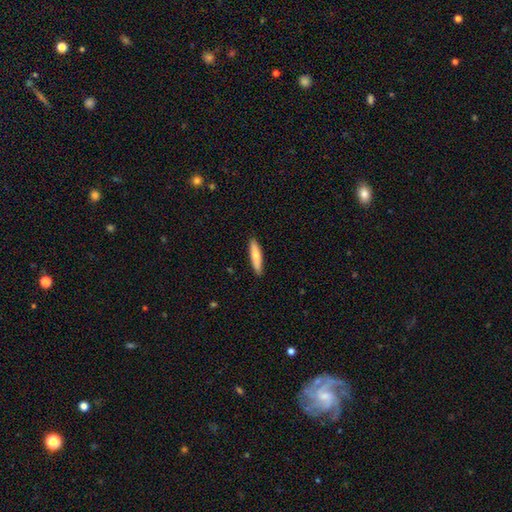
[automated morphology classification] smooth 73%, featured or disk 21%, star or artifact 5%. Down the decision tree: how rounded — cigar-shaped (83%); merging — none (90%).